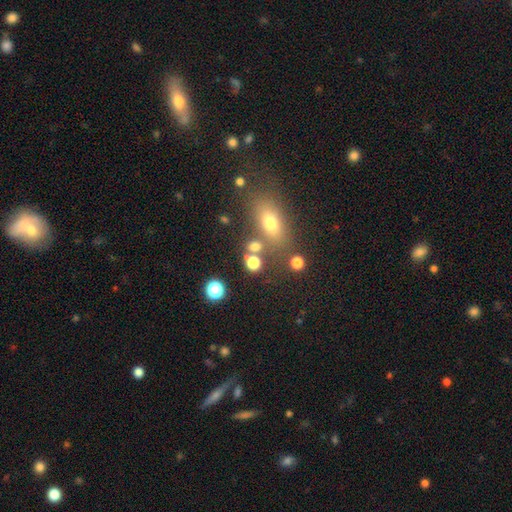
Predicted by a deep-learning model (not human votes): Q: Smooth or featured?
A: smooth (54%); runner-up: star or artifact (27%)
Q: How rounded?
A: in between (65%); runner-up: round (26%)
Q: Merging?
A: none (63%); runner-up: merger (19%)